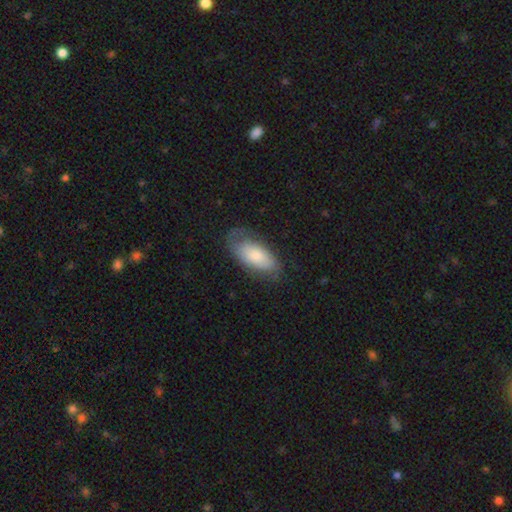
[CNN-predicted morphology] A smooth galaxy with no disk features (68%) that is in between round and cigar-shaped (91%). Merging: none (60%).